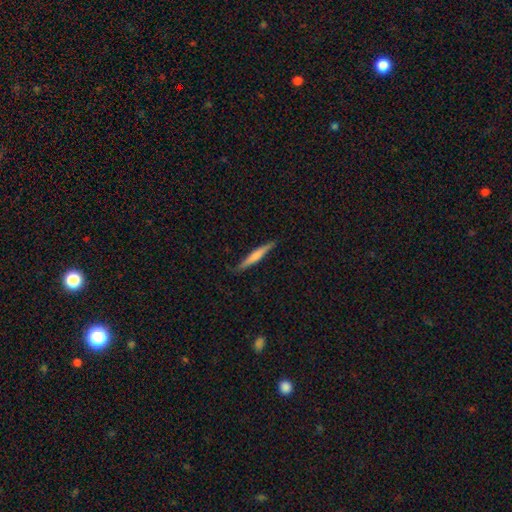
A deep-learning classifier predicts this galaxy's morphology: Smooth or featured?
  - smooth: 57% *
  - featured or disk: 38%
  - star or artifact: 5%
How rounded?
  - cigar-shaped: 94% *
  - in between: 4%
  - round: 1%
Merging?
  - none: 85% *
  - minor disturbance: 12%
  - major disturbance: 2%
  - merger: 1%